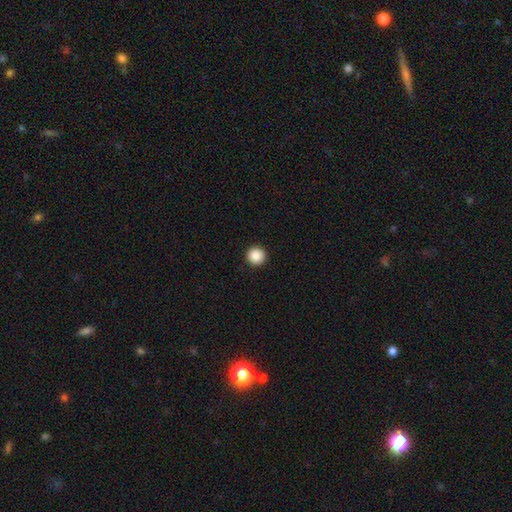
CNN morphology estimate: A smooth galaxy with no disk features (88%) that is round (96%).

Vote fractions:
- Smooth or featured? smooth: 88% / star or artifact: 9% / featured or disk: 3%
- How rounded? round: 96% / in between: 3% / cigar-shaped: 1%
- Merging? none: 94% / minor disturbance: 4% / major disturbance: 1% / merger: 1%